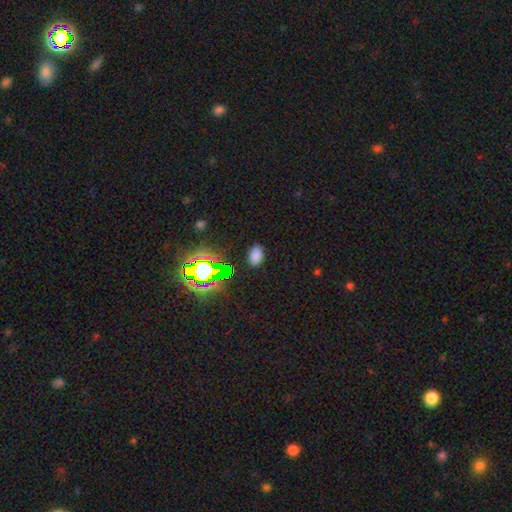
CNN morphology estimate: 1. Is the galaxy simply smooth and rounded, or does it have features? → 72% smooth, 22% star or artifact, 6% featured or disk.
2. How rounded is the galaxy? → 88% in between, 11% round, 1% cigar-shaped.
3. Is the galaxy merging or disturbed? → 87% none, 9% minor disturbance, 3% major disturbance, 2% merger.